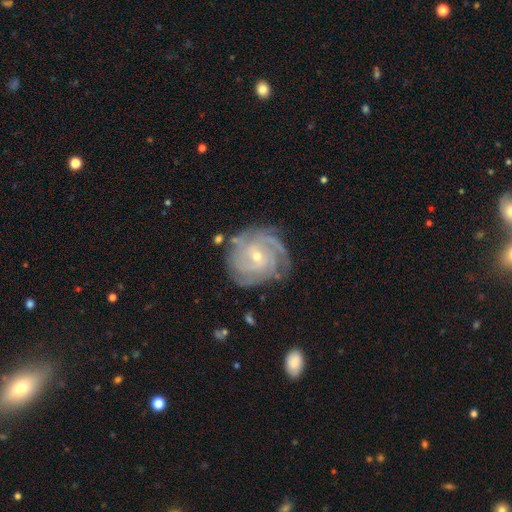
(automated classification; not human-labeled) Smooth or featured?
  - featured or disk: 88% *
  - smooth: 7%
  - star or artifact: 6%
Edge-on disk?
  - no: 97% *
  - yes: 3%
Bar?
  - no: 57% *
  - weak: 35%
  - strong: 8%
Spiral arms?
  - yes: 97% *
  - no: 3%
Spiral winding?
  - tight: 71% *
  - medium: 25%
  - loose: 4%
Spiral arm count?
  - 4: 26% *
  - 3: 25%
  - can't tell: 23%
  - 2: 12%
  - more than 4: 8%
  - 1: 6%
Bulge size?
  - small: 68% *
  - moderate: 29%
  - large: 1%
  - none: 1%
  - dominant: 1%
Merging?
  - none: 76% *
  - minor disturbance: 16%
  - major disturbance: 6%
  - merger: 2%